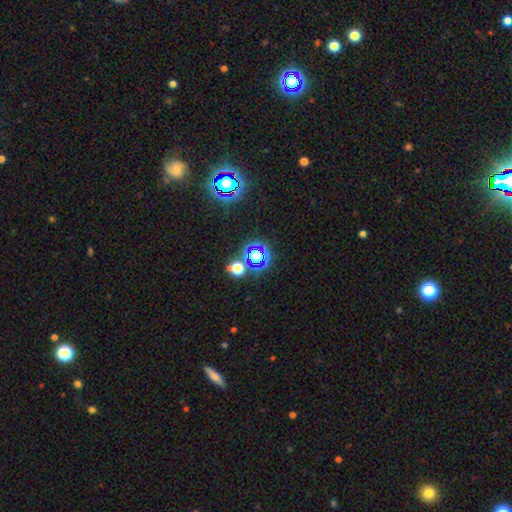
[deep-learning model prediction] star or artifact 65%, smooth 25%, featured or disk 10%.